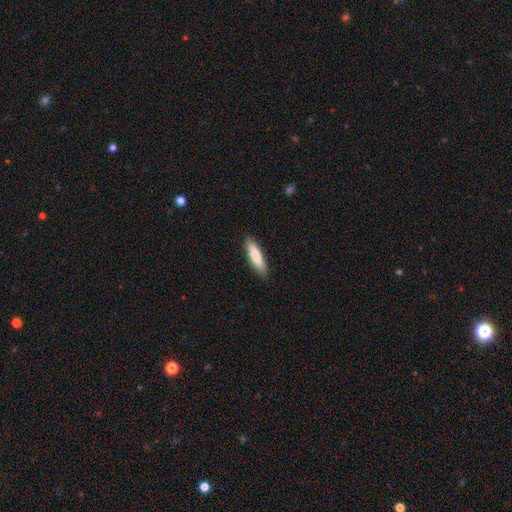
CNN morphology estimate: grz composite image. It shows a smooth galaxy with no disk features (81%) that is cigar-shaped (75%). Merging: none (89%).